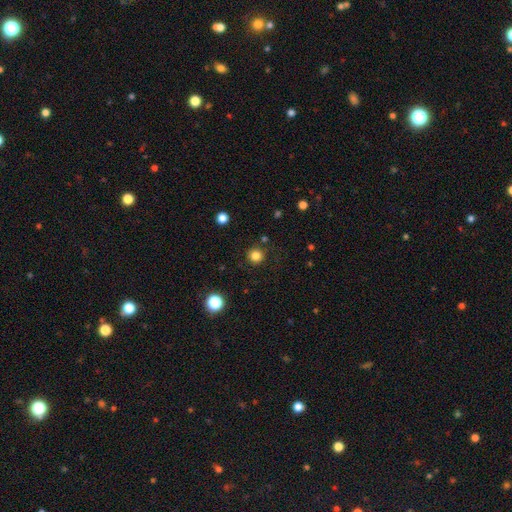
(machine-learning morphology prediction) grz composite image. It shows a smooth galaxy with no disk features (82%) that is round (95%). Merging: none (88%).